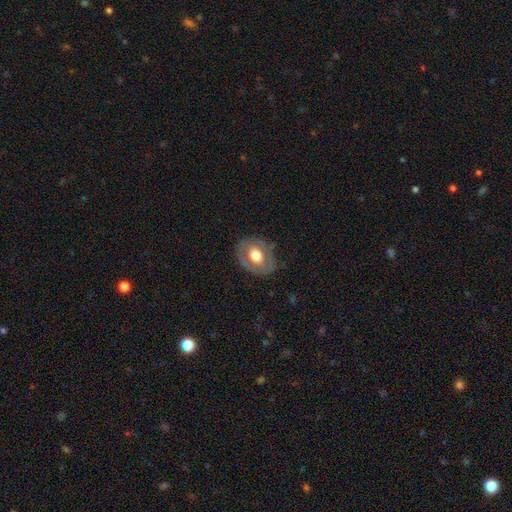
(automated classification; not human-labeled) Overall: smooth (49%; featured or disk 45%). Merging: none (75%).